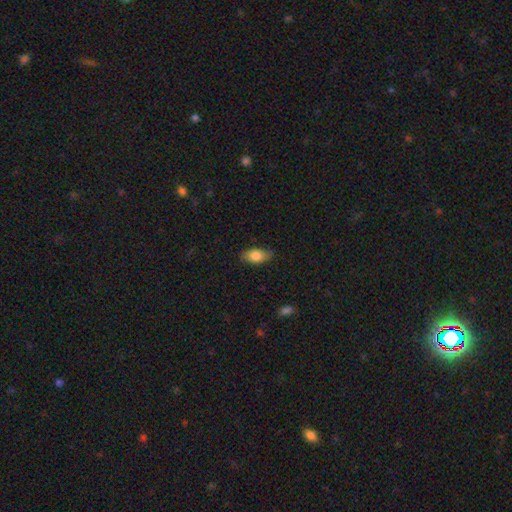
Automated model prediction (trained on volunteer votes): smooth-or-featured: smooth: 80% | featured or disk: 14% | star or artifact: 7%
  how-rounded: in between: 88% | cigar-shaped: 8% | round: 4%
  merging: none: 81% | minor disturbance: 15% | major disturbance: 3% | merger: 1%